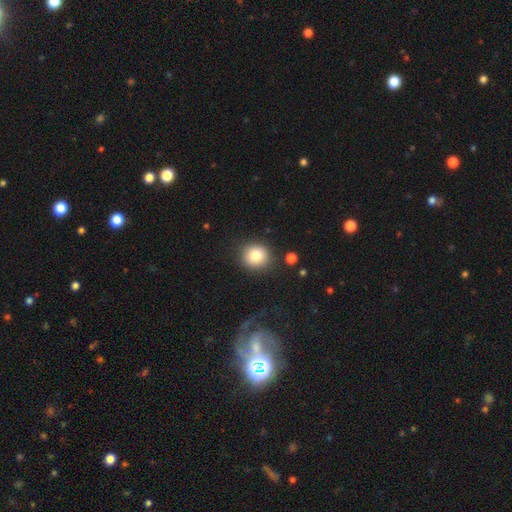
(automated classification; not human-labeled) This appears to be a smooth galaxy with no disk features (82%) that is round (87%). Merging: none (86%).